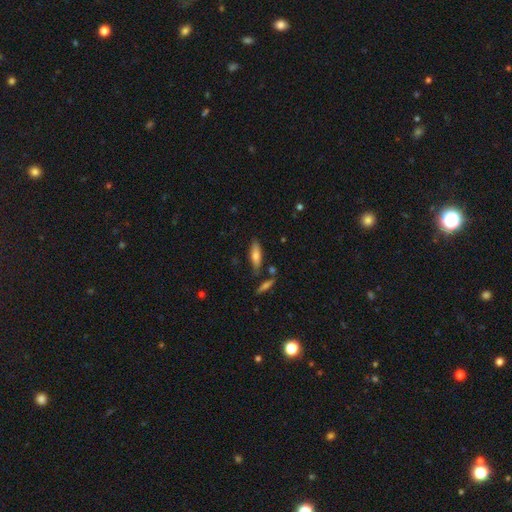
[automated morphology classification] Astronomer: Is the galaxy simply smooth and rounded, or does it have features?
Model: smooth — 67%.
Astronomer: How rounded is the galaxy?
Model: cigar-shaped — 56% (runner-up: in between, 42%).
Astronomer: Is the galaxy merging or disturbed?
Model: none — 76%.